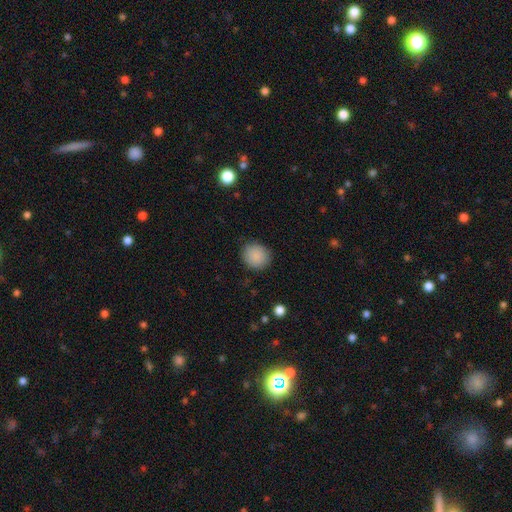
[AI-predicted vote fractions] Smooth or featured?
  - smooth: 88% *
  - star or artifact: 8%
  - featured or disk: 4%
How rounded?
  - round: 86% *
  - in between: 13%
  - cigar-shaped: 1%
Merging?
  - none: 87% *
  - minor disturbance: 9%
  - major disturbance: 3%
  - merger: 1%